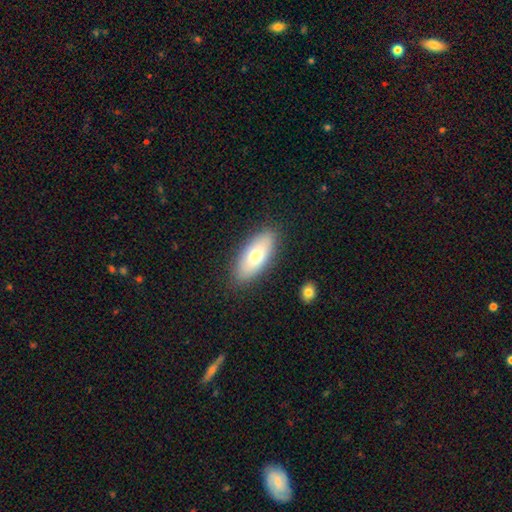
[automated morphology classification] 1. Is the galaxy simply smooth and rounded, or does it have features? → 71% smooth, 23% featured or disk, 6% star or artifact.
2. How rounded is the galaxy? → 83% in between, 14% cigar-shaped, 3% round.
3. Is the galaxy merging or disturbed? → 87% none, 9% minor disturbance, 2% major disturbance, 1% merger.